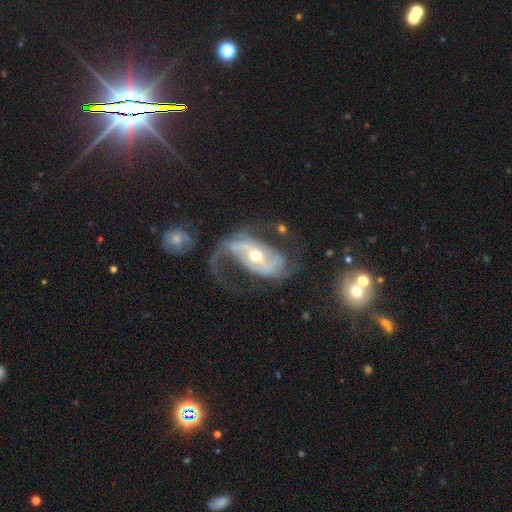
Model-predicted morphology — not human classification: A featured or disk galaxy (88%) with a strong bar (39%), 2 (80%) loose (49%) spiral arms (93%) and a moderate central bulge (62%). Merging: none (44%).